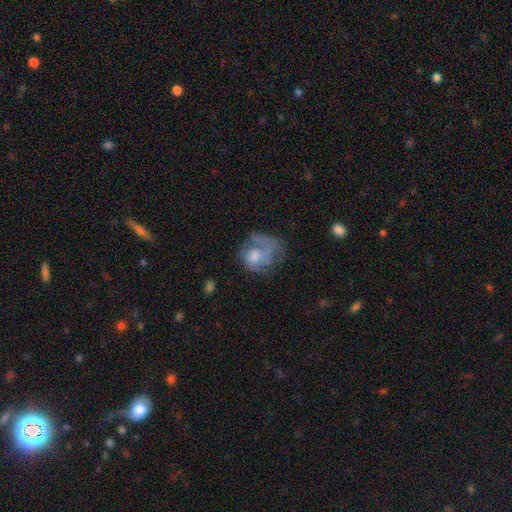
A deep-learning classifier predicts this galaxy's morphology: This appears to be a smooth galaxy with no disk features (46%). Merging: major disturbance (39%).